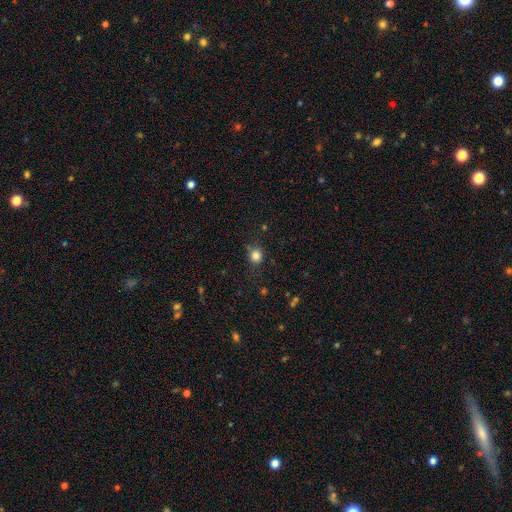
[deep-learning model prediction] smooth 82%, star or artifact 13%, featured or disk 5%. Down the decision tree: how rounded — round (84%); merging — none (76%).